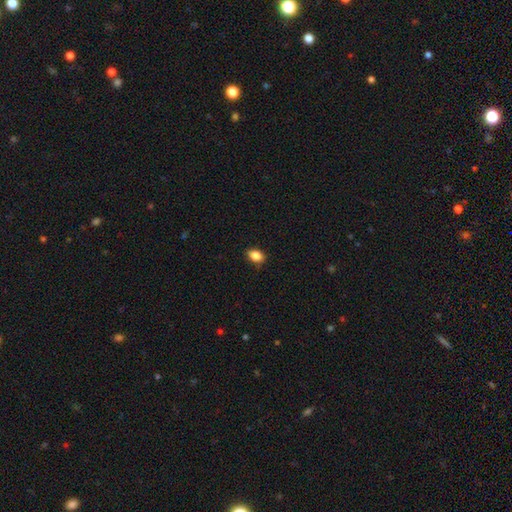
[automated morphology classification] A smooth galaxy with no disk features (86%) that is in between round and cigar-shaped (80%). Merging: none (87%).